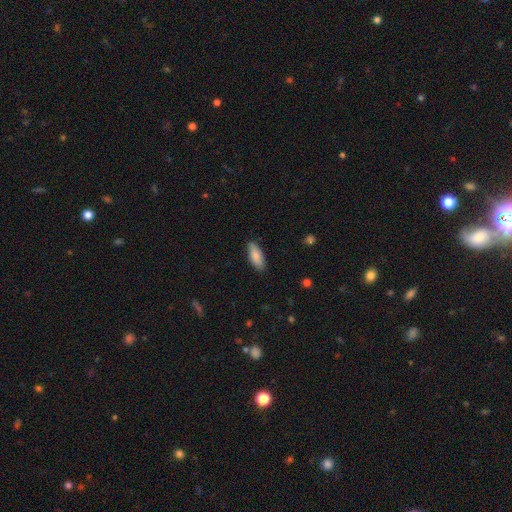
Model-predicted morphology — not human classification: smooth-or-featured: smooth: 84% | featured or disk: 10% | star or artifact: 6%
  how-rounded: in between: 73% | cigar-shaped: 25% | round: 2%
  merging: none: 84% | minor disturbance: 13% | major disturbance: 2% | merger: 1%